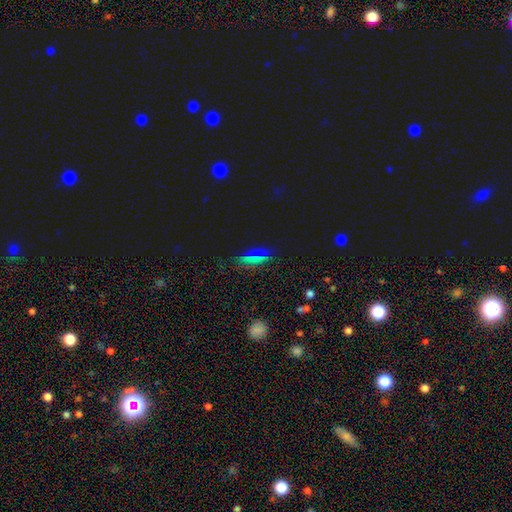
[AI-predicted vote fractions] Q: Smooth or featured?
A: smooth (47%); runner-up: star or artifact (41%)
Q: Merging?
A: none (83%); runner-up: minor disturbance (11%)